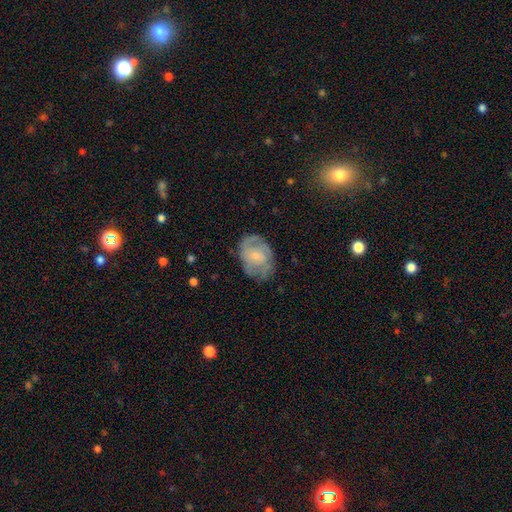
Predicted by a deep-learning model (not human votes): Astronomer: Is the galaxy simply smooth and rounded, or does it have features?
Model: featured or disk — 57% (runner-up: smooth, 35%).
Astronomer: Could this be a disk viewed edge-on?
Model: no — 97%.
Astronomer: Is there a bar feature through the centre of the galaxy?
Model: no — 69%.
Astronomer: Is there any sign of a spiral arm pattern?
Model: yes — 75%.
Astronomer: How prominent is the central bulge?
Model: small — 61%.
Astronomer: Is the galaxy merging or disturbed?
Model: none — 63%.